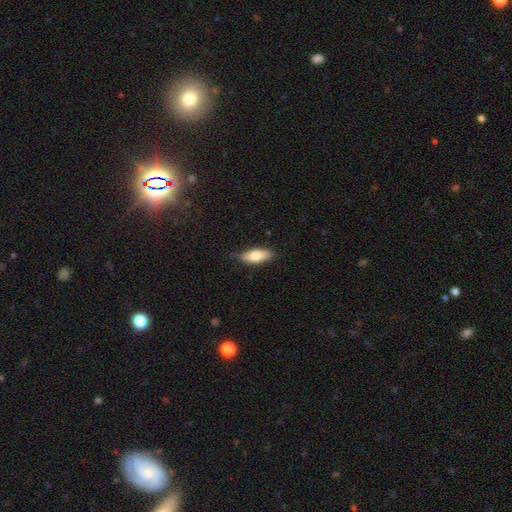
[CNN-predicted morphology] This appears to be a smooth galaxy with no disk features (80%) that is in between round and cigar-shaped (79%). Merging: none (79%).